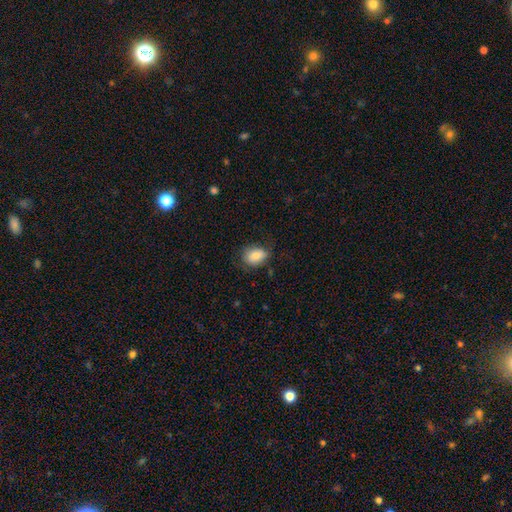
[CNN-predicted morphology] A smooth galaxy with no disk features (82%) that is in between round and cigar-shaped (72%). Merging: none (68%).